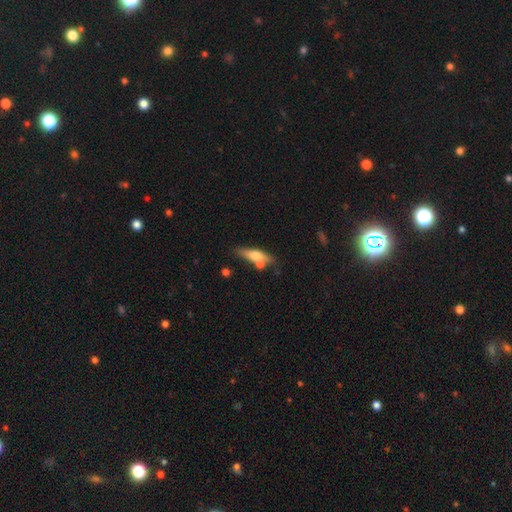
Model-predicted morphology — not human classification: smooth-or-featured: smooth: 51% | featured or disk: 43% | star or artifact: 7%
  how-rounded: cigar-shaped: 67% | in between: 30% | round: 3%
  merging: none: 63% | merger: 18% | minor disturbance: 14% | major disturbance: 4%